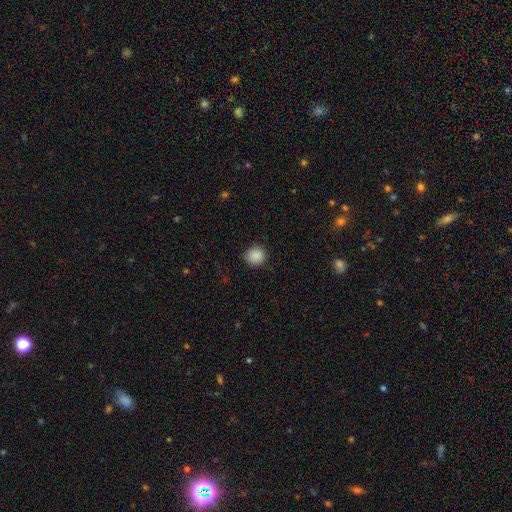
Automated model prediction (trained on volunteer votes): Q: Smooth or featured?
A: smooth (88%); runner-up: star or artifact (9%)
Q: How rounded?
A: round (86%); runner-up: in between (13%)
Q: Merging?
A: none (87%); runner-up: minor disturbance (9%)